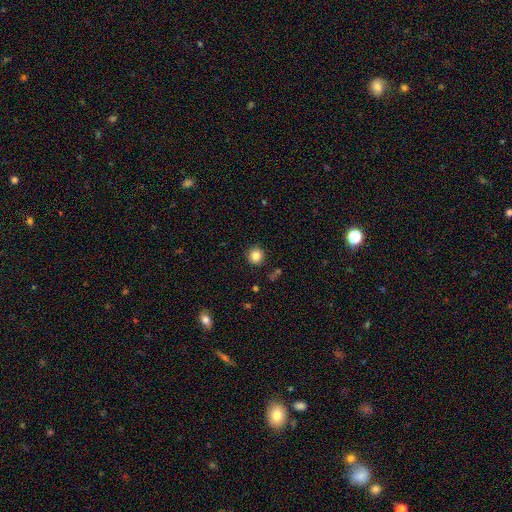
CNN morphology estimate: Overall: smooth (85%). How rounded: round (93%). Merging: none (89%).